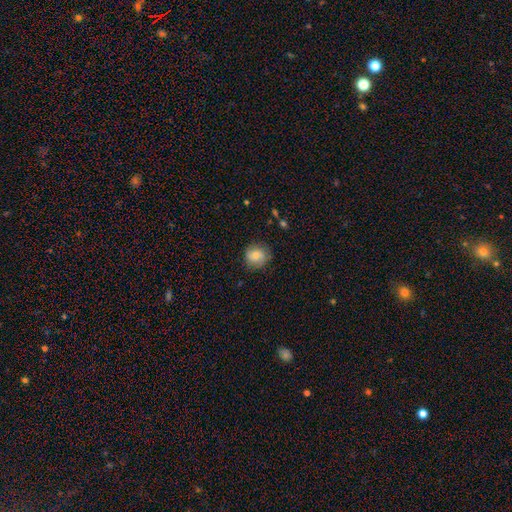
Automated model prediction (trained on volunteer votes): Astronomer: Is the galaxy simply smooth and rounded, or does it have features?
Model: smooth — 75%.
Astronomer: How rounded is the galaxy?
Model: round — 86%.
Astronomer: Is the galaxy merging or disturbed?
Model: none — 78%.